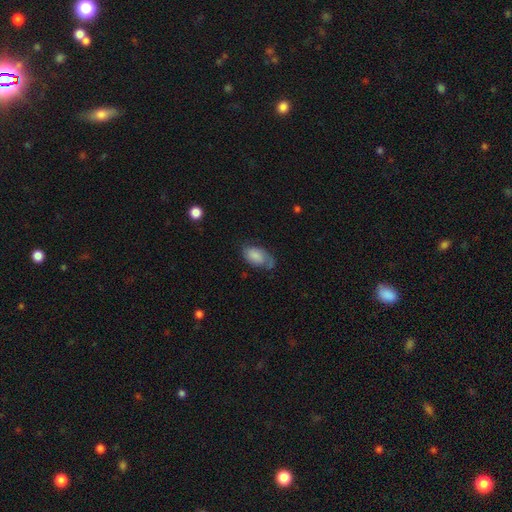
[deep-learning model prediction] This is likely a smooth galaxy (71%). How rounded: clearly in between (92%). Merging: possibly none (49%).